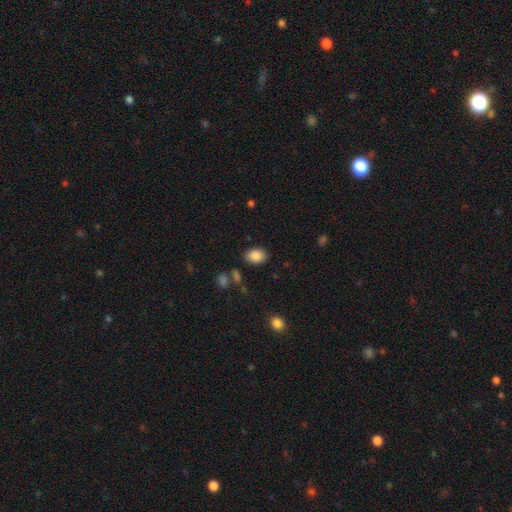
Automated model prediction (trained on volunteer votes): smooth_or_featured: smooth (p=0.87) [alt: star or artifact p=0.08]
how_rounded: in between (p=0.75) [alt: round p=0.24]
merging: none (p=0.84) [alt: minor disturbance p=0.10]